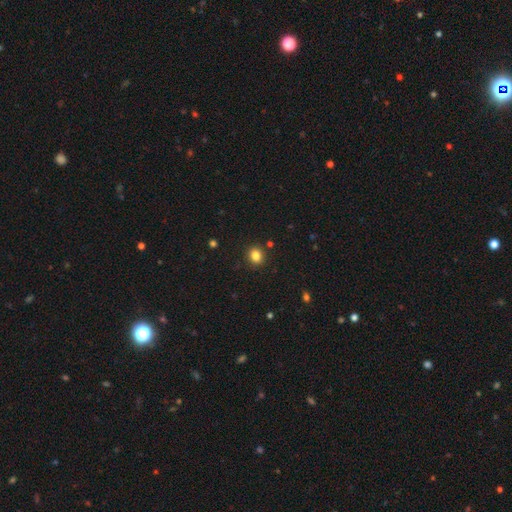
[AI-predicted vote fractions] Q: Smooth or featured?
A: smooth (83%); runner-up: star or artifact (12%)
Q: How rounded?
A: round (70%); runner-up: in between (29%)
Q: Merging?
A: none (90%); runner-up: minor disturbance (7%)